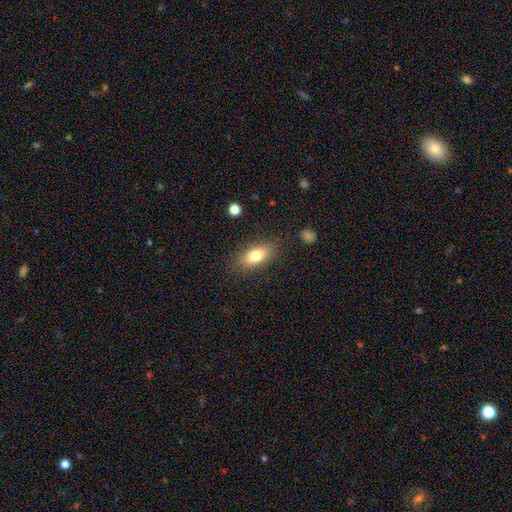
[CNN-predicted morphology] A smooth galaxy with no disk features (77%) that is in between round and cigar-shaped (82%). Merging: none (85%).